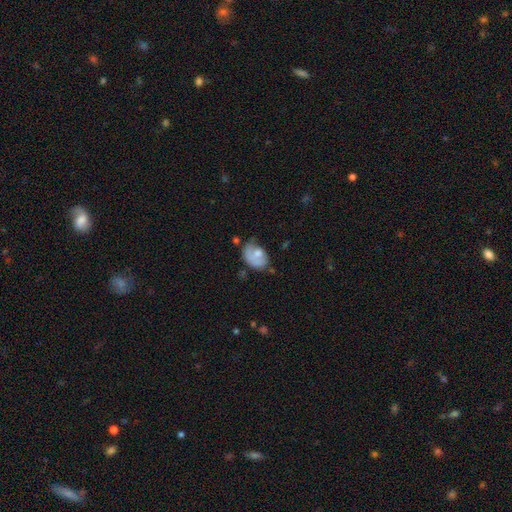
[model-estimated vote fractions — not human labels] This is possibly a smooth galaxy (56%). How rounded: likely in between (75%). Merging: marginally none (34%).